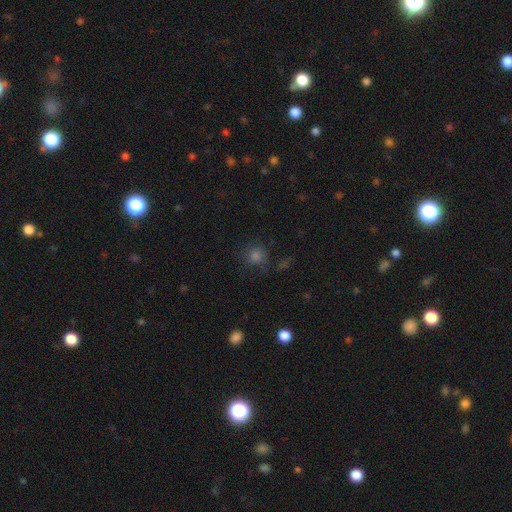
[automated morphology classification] Smooth or featured? Predicted: smooth (p=0.68). How rounded? Predicted: round (p=0.88). Merging? Predicted: none (p=0.75).